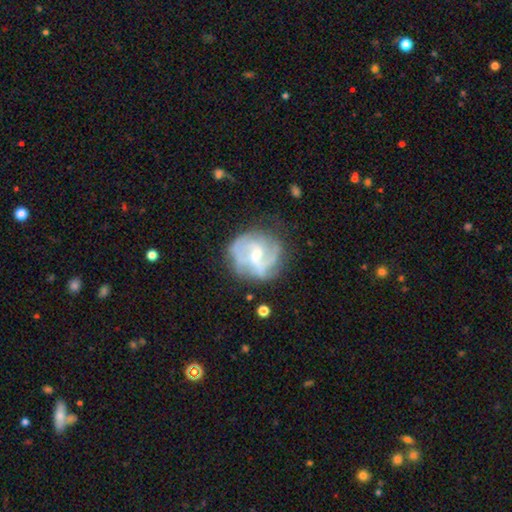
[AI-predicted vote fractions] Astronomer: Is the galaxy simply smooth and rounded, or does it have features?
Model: featured or disk — 78%.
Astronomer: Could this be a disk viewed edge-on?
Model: no — 98%.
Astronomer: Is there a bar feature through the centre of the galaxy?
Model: weak — 50% (runner-up: no, 36%).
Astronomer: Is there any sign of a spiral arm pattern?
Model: yes — 88%.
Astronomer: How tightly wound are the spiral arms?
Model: medium — 45% (runner-up: tight, 28%).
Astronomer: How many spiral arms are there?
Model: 2 — 46% (runner-up: can't tell, 24%).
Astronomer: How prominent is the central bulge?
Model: small — 48% (runner-up: moderate, 45%).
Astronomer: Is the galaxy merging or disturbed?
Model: none — 64%.